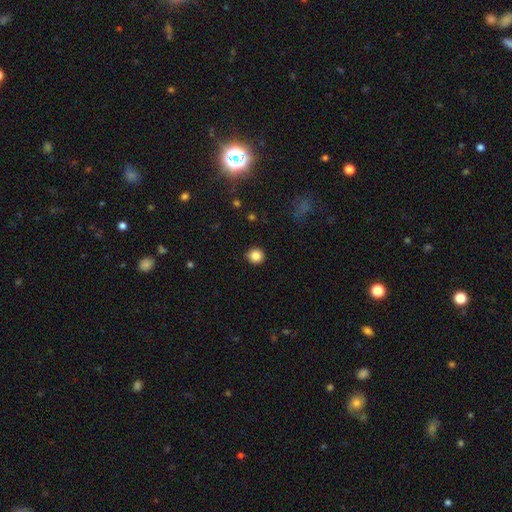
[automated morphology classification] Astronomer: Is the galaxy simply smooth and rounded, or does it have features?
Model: smooth — 85%.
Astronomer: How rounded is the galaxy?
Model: round — 91%.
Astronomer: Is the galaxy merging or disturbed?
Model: none — 91%.